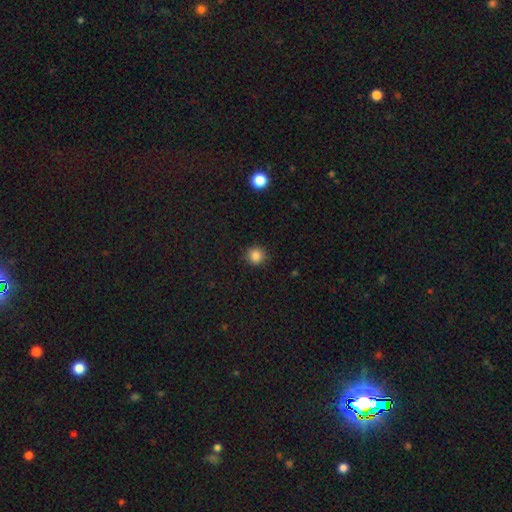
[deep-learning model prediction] Morphology: type=smooth (85%); roundness=round (93%); merging=none (90%).